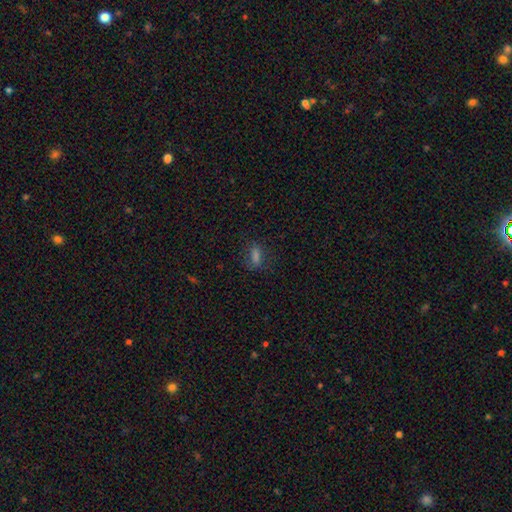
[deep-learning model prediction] smooth 68%, star or artifact 21%, featured or disk 11%. Down the decision tree: how rounded — in between (59%); merging — none (80%).